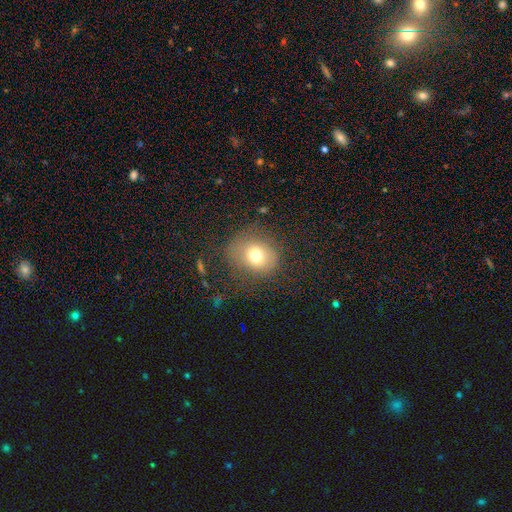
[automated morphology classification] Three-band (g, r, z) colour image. It shows a smooth galaxy with no disk features (72%) that is round (68%). Merging: none (70%).